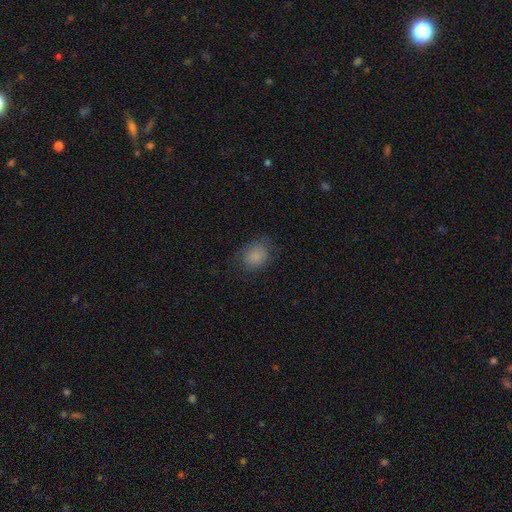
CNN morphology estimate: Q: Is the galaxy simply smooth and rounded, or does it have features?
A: smooth — 84%.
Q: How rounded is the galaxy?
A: round — 53%.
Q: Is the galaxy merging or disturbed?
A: none — 75%.